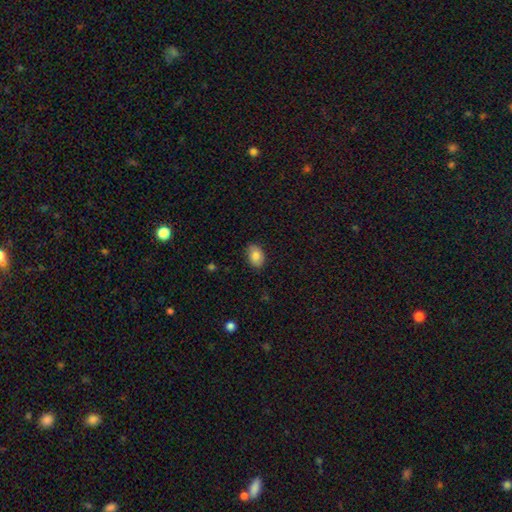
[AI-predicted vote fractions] Morphology: type=smooth (83%); roundness=in between (80%); merging=none (84%).